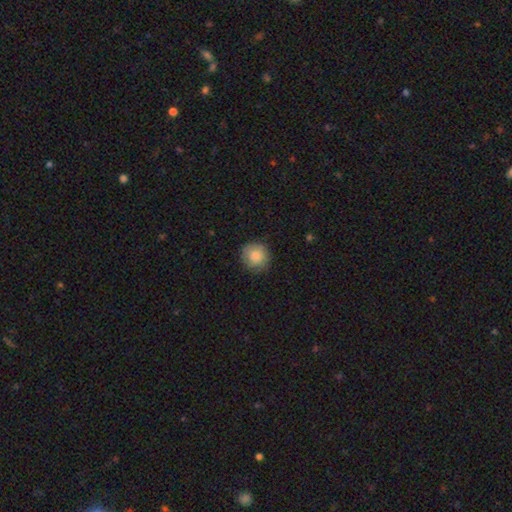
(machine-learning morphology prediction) A smooth galaxy with no disk features (86%) that is round (92%). Merging: none (85%).